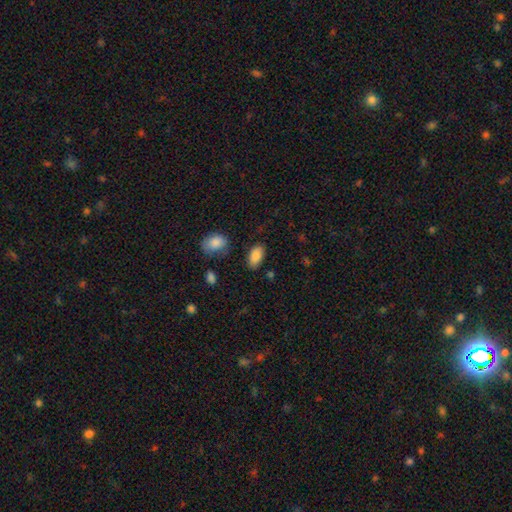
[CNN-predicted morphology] This is clearly a smooth galaxy (87%). How rounded: clearly in between (94%). Merging: clearly none (81%).